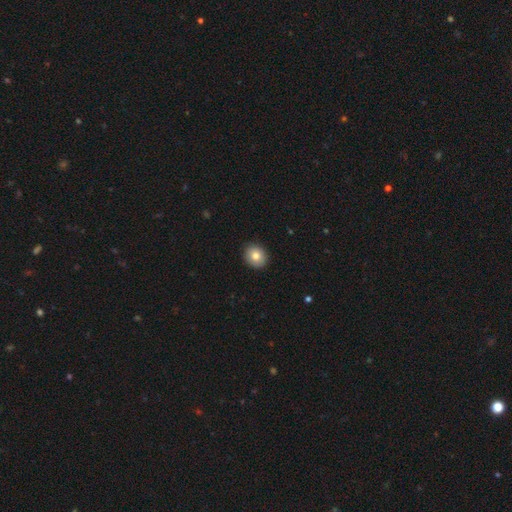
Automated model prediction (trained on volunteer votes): Smooth or featured: smooth — 81% (featured or disk — 11%)
How rounded: round — 75% (in between — 25%)
Merging: none — 90% (minor disturbance — 7%)